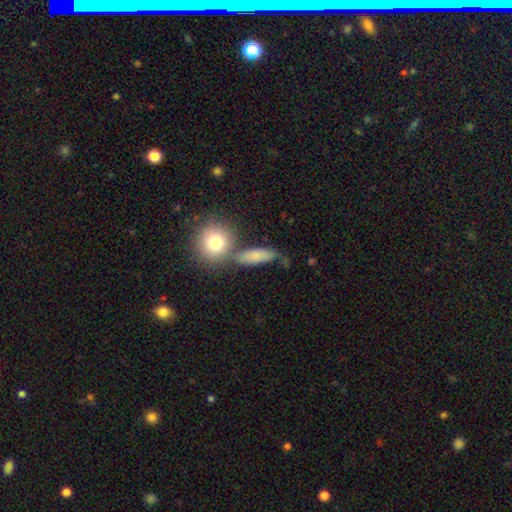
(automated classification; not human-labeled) smooth_or_featured: smooth (p=0.78) [alt: featured or disk p=0.13]
how_rounded: in between (p=0.54) [alt: cigar-shaped p=0.31]
merging: none (p=0.64) [alt: merger p=0.15]